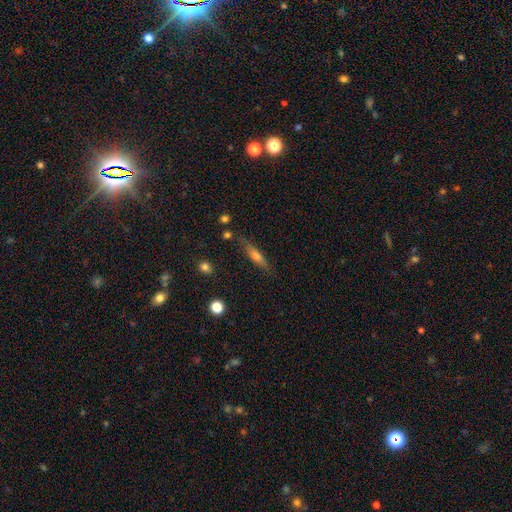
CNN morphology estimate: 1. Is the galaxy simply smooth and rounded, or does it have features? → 53% smooth, 38% featured or disk, 9% star or artifact.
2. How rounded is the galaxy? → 80% cigar-shaped, 17% in between, 3% round.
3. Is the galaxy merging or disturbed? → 79% none, 14% minor disturbance, 4% major disturbance, 3% merger.